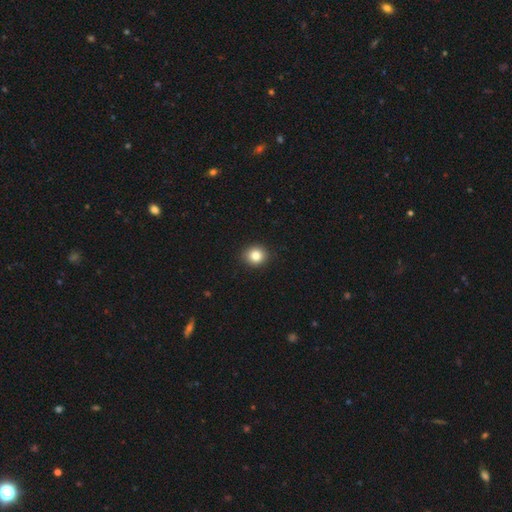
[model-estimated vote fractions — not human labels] Smooth or featured: smooth — 84% (star or artifact — 10%)
How rounded: round — 82% (in between — 17%)
Merging: none — 91% (minor disturbance — 6%)